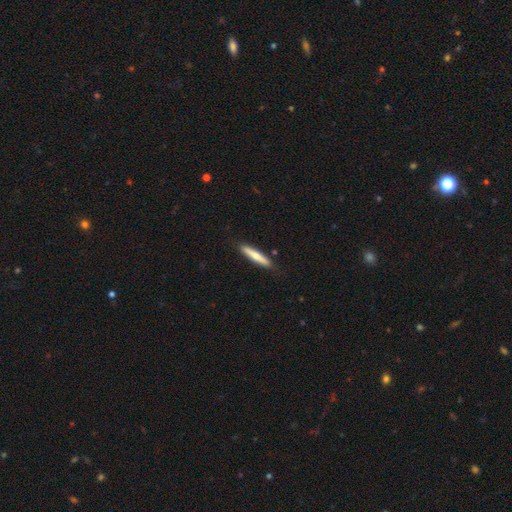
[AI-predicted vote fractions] smooth 63%, featured or disk 32%, star or artifact 5%. Down the decision tree: how rounded — cigar-shaped (92%); merging — none (87%).